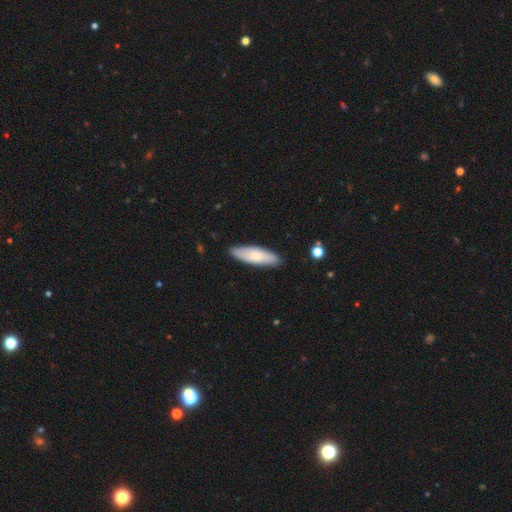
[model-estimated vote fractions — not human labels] smooth 67%, featured or disk 27%, star or artifact 5%. Down the decision tree: how rounded — in between (51%); merging — none (87%).